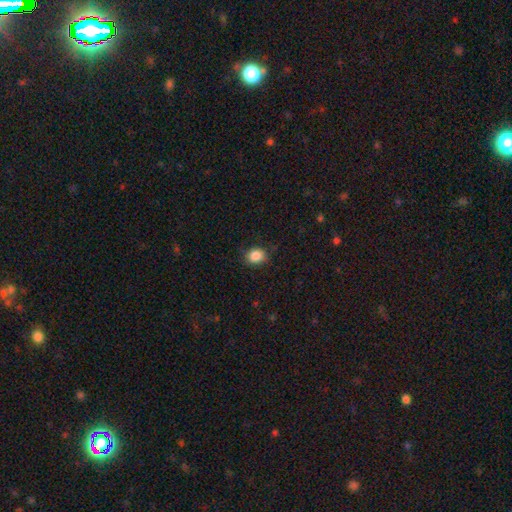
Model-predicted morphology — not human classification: Overall: smooth (86%). How rounded: round (60%; in between 39%). Merging: none (81%).